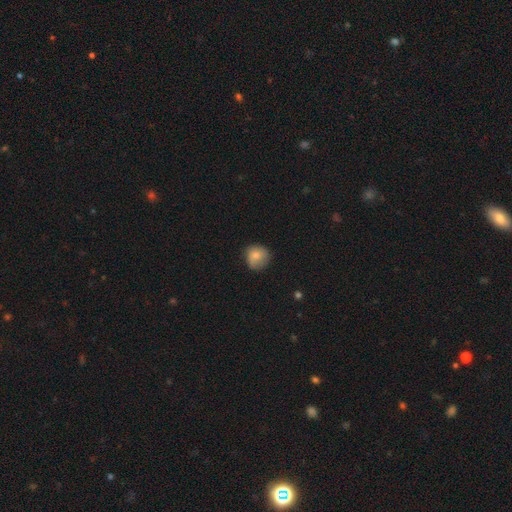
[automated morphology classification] This appears to be a smooth galaxy with no disk features (79%) that is round (85%). Merging: none (69%).